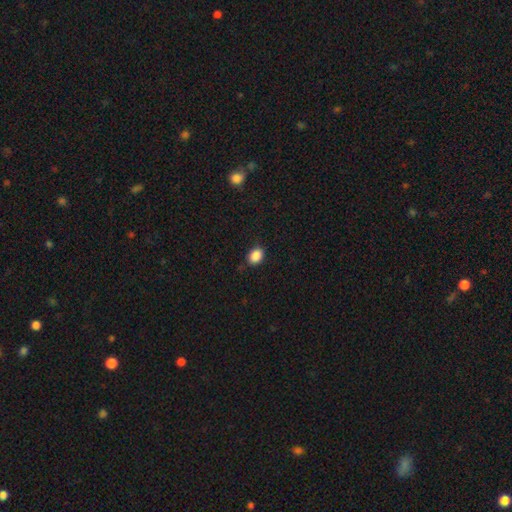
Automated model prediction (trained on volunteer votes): Smooth or featured? Predicted: smooth (p=0.88). How rounded? Predicted: in between (p=0.62). Merging? Predicted: none (p=0.81).